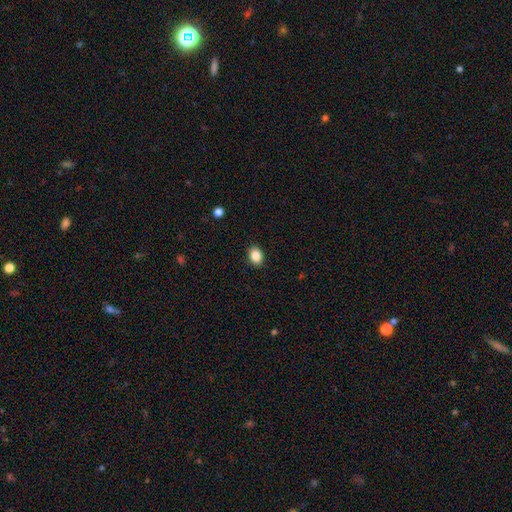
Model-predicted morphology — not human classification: smooth_or_featured: smooth (p=0.87) [alt: star or artifact p=0.09]
how_rounded: in between (p=0.71) [alt: round p=0.28]
merging: none (p=0.89) [alt: minor disturbance p=0.08]